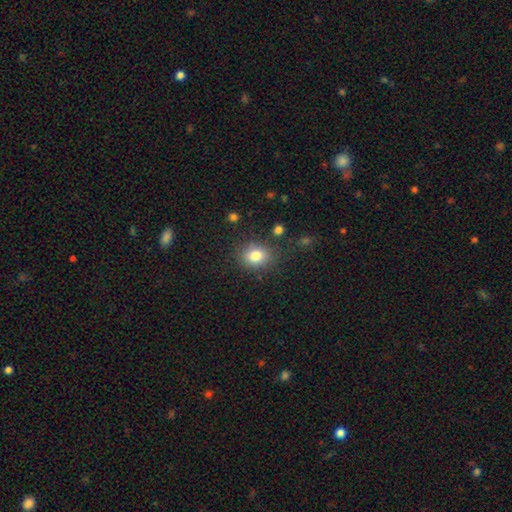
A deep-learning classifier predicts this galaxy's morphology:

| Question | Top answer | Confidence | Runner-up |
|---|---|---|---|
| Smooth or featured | smooth | 82% | star or artifact (11%) |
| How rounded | round | 61% | in between (38%) |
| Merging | none | 80% | minor disturbance (12%) |